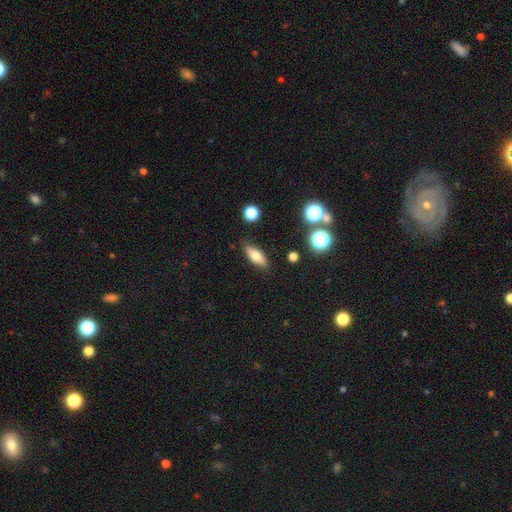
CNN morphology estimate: This appears to be a smooth galaxy with no disk features (71%) that is in between round and cigar-shaped (73%). Merging: none (84%).